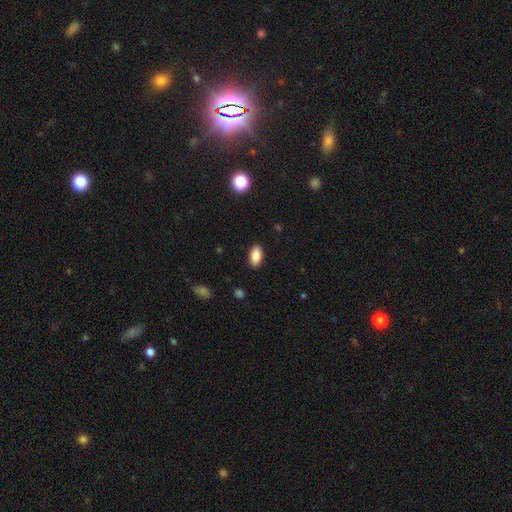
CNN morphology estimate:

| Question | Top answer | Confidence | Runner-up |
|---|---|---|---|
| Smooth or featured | smooth | 86% | star or artifact (8%) |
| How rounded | in between | 93% | round (4%) |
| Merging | none | 89% | minor disturbance (8%) |